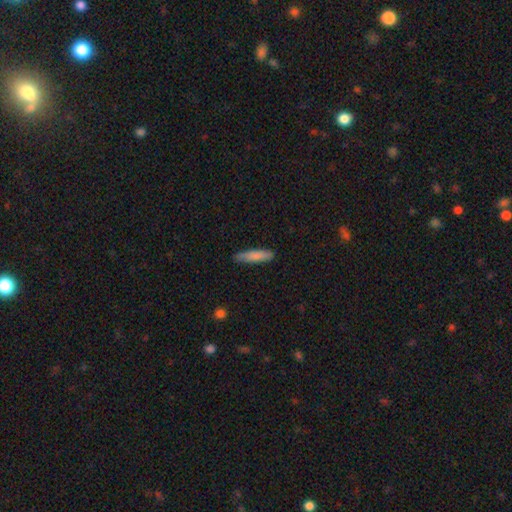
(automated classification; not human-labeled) smooth_or_featured: smooth (p=0.83) [alt: featured or disk p=0.12]
how_rounded: cigar-shaped (p=0.84) [alt: in between p=0.15]
merging: none (p=0.81) [alt: minor disturbance p=0.15]